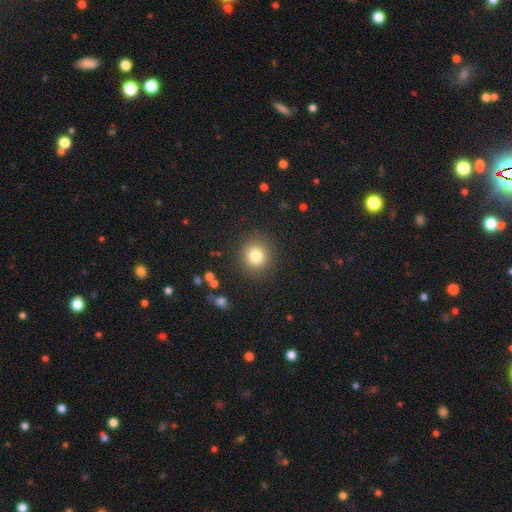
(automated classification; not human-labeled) smooth 79%, star or artifact 12%, featured or disk 9%. Down the decision tree: how rounded — round (88%); merging — none (88%).